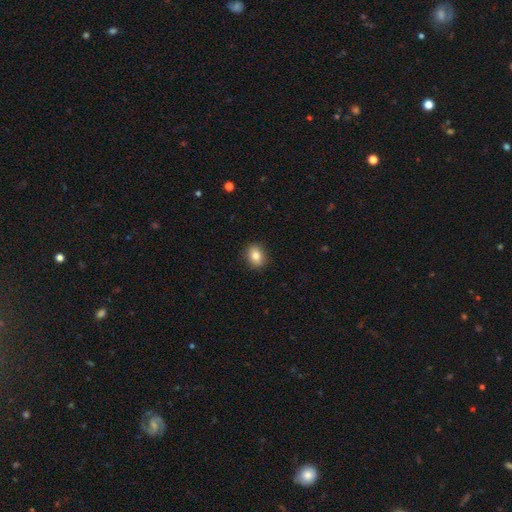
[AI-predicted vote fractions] This appears to be a smooth galaxy with no disk features (83%) that is in between round and cigar-shaped (56%). Merging: none (90%).